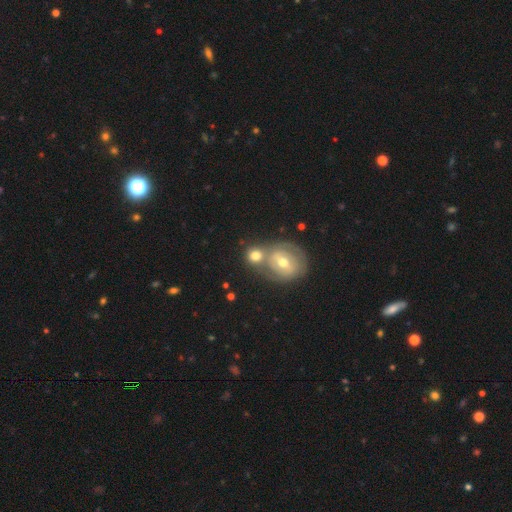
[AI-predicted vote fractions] Smooth or featured?
  - smooth: 64% *
  - featured or disk: 28%
  - star or artifact: 9%
How rounded?
  - round: 81% *
  - in between: 17%
  - cigar-shaped: 1%
Merging?
  - merger: 44% *
  - none: 43%
  - minor disturbance: 9%
  - major disturbance: 4%